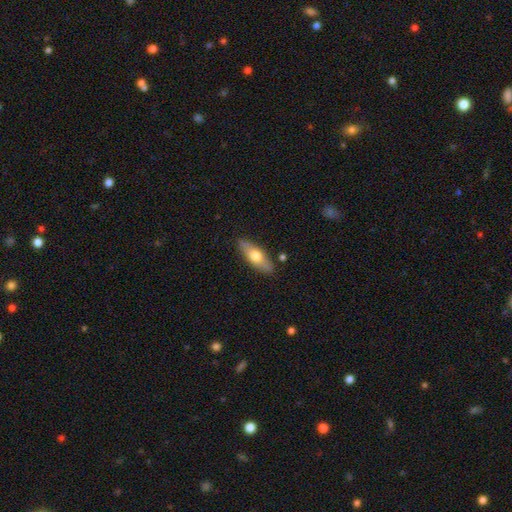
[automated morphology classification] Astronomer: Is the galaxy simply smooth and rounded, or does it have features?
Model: smooth — 61%.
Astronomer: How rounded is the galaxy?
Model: in between — 64%.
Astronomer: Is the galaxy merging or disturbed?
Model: none — 84%.